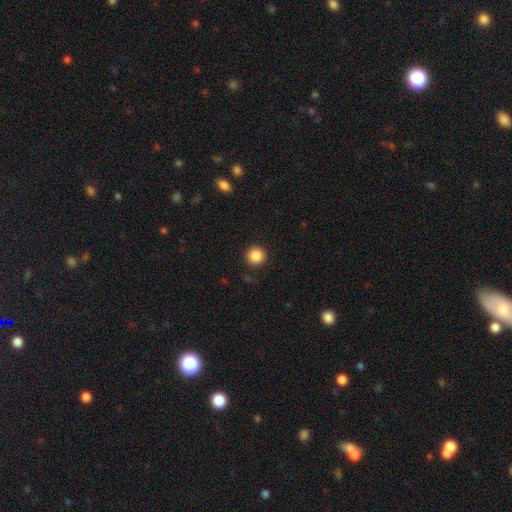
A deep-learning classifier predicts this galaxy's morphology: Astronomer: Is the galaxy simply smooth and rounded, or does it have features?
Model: smooth — 87%.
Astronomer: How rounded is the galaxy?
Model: round — 95%.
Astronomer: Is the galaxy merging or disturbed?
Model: none — 90%.